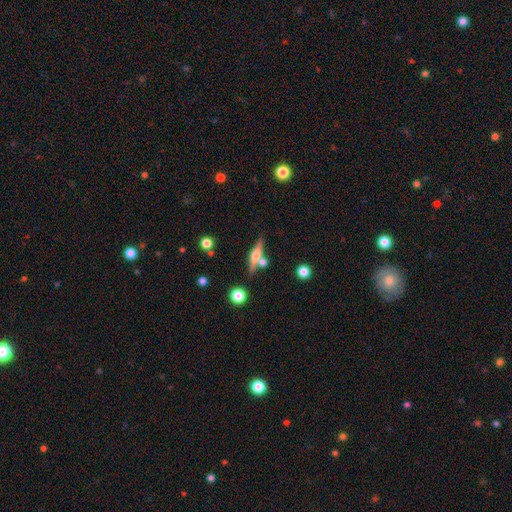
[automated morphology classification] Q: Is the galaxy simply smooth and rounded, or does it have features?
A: featured or disk — 56%.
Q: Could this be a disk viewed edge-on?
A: yes — 94%.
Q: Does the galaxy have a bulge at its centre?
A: rounded — 87%.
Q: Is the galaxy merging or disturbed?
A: none — 69%.